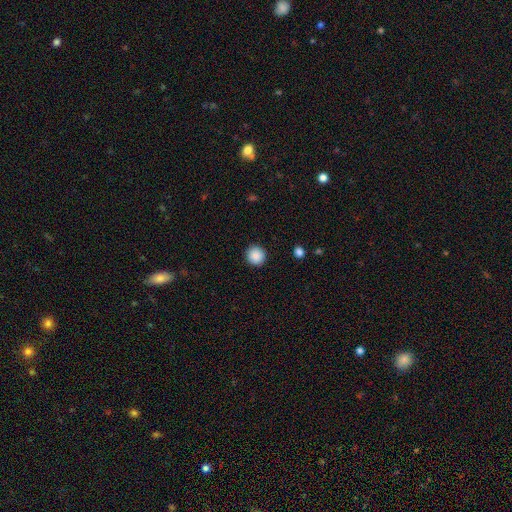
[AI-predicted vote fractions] smooth 89%, star or artifact 9%, featured or disk 3%. Down the decision tree: how rounded — round (94%); merging — none (92%).